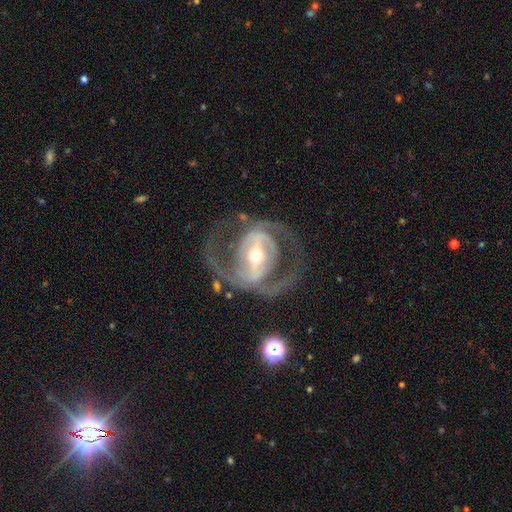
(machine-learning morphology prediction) Q: Smooth or featured?
A: featured or disk (87%); runner-up: smooth (8%)
Q: Edge-on disk?
A: no (96%); runner-up: yes (4%)
Q: Bar?
A: strong (57%); runner-up: weak (28%)
Q: Spiral arms?
A: yes (83%); runner-up: no (17%)
Q: Spiral winding?
A: medium (53%); runner-up: tight (25%)
Q: Spiral arm count?
A: 2 (86%); runner-up: can't tell (6%)
Q: Bulge size?
A: moderate (59%); runner-up: small (33%)
Q: Merging?
A: none (68%); runner-up: major disturbance (16%)